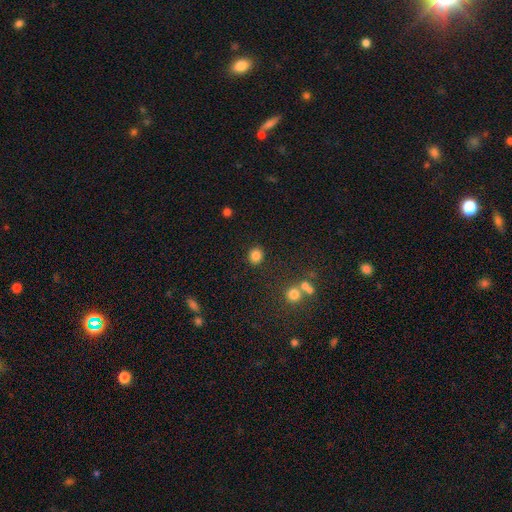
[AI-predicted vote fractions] Morphology: type=smooth (83%); roundness=round (78%); merging=none (88%).